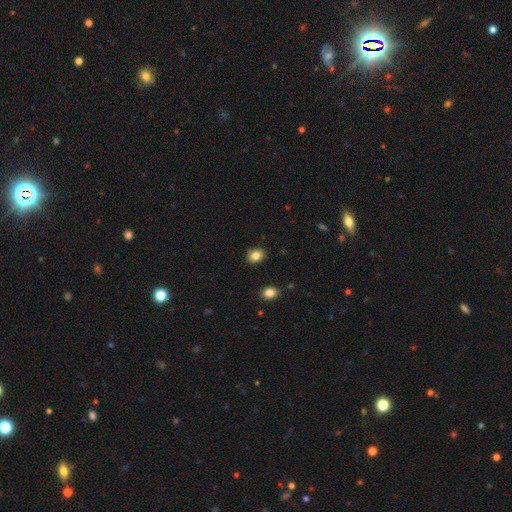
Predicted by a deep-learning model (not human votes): This appears to be a smooth galaxy with no disk features (84%) that is in between round and cigar-shaped (52%). Merging: none (88%).